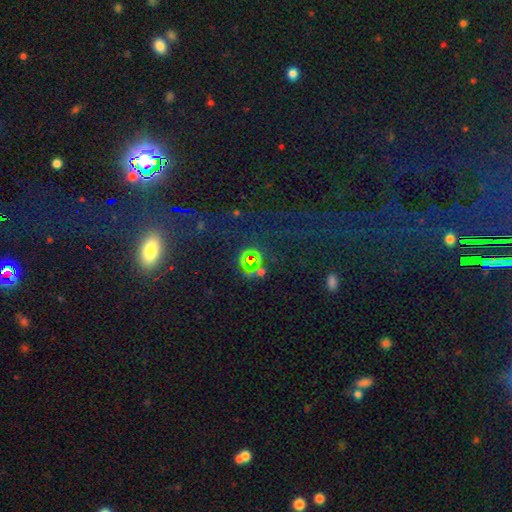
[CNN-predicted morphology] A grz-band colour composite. It shows a star or artifact, not a galaxy (74%).